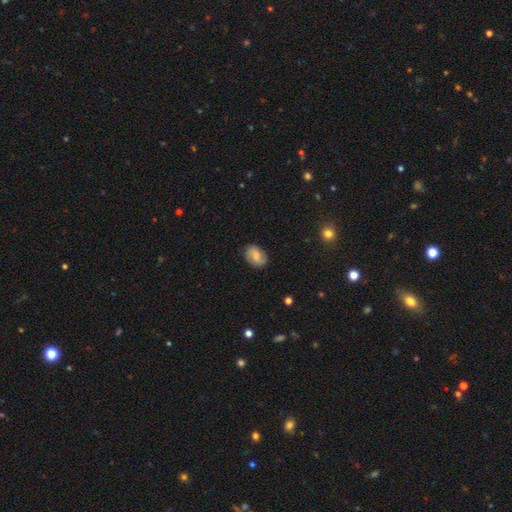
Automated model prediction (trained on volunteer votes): smooth-or-featured: smooth: 64% | featured or disk: 28% | star or artifact: 8%
  how-rounded: in between: 76% | round: 22% | cigar-shaped: 2%
  merging: none: 82% | minor disturbance: 14% | major disturbance: 3% | merger: 1%